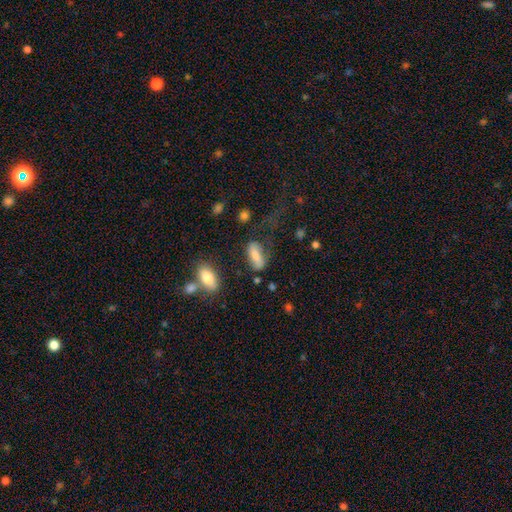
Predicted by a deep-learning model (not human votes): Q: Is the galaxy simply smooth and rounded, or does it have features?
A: smooth — 70%.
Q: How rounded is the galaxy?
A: in between — 75%.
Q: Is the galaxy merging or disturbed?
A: none — 58%.